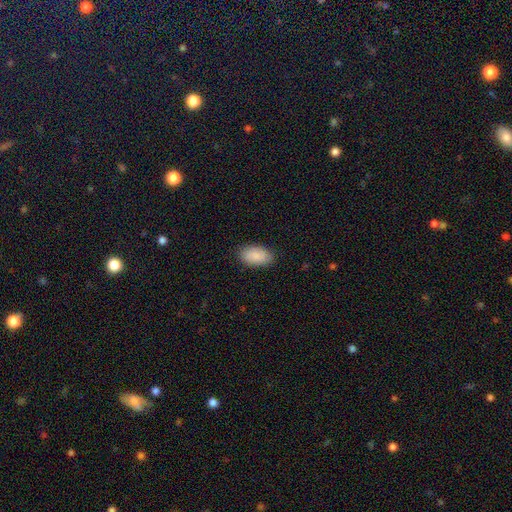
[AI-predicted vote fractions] smooth_or_featured: smooth (p=0.87) [alt: featured or disk p=0.07]
how_rounded: in between (p=0.94) [alt: round p=0.04]
merging: none (p=0.86) [alt: minor disturbance p=0.11]